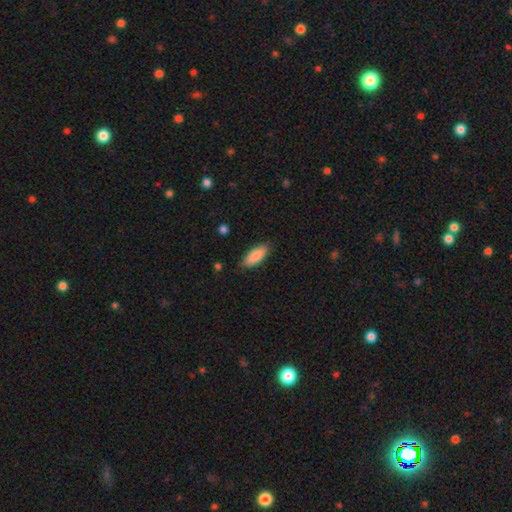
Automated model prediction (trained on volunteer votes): Morphology: type=smooth (87%); roundness=in between (79%); merging=none (86%).